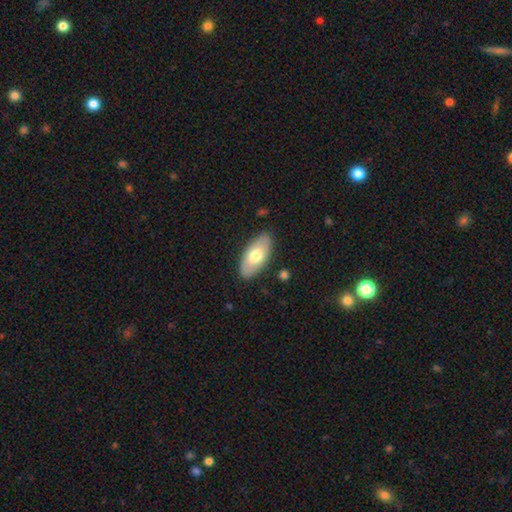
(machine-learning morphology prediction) Smooth or featured? Predicted: smooth (p=0.65). How rounded? Predicted: in between (p=0.92). Merging? Predicted: none (p=0.86).